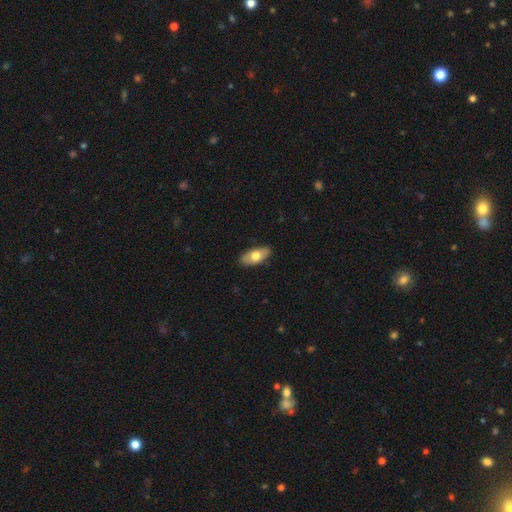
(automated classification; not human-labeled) This appears to be a smooth galaxy with no disk features (65%) that is in between round and cigar-shaped (91%). Merging: none (84%).